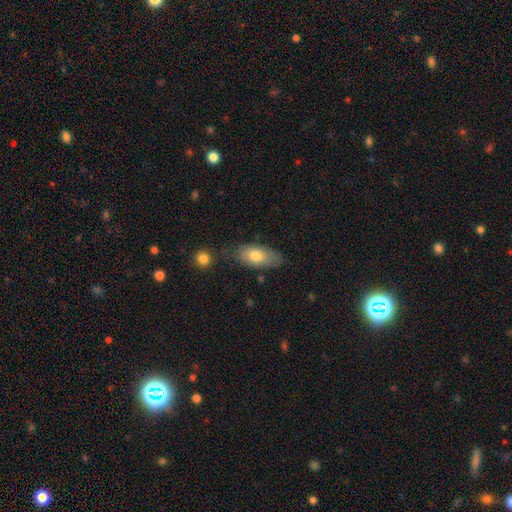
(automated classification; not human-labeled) A smooth galaxy with no disk features (74%) that is in between round and cigar-shaped (87%).

Vote fractions:
- Smooth or featured? smooth: 74% / featured or disk: 19% / star or artifact: 7%
- How rounded? in between: 87% / cigar-shaped: 8% / round: 4%
- Merging? none: 67% / minor disturbance: 22% / merger: 6% / major disturbance: 5%